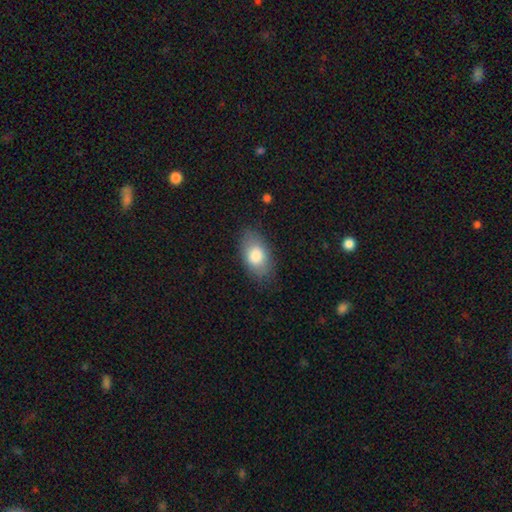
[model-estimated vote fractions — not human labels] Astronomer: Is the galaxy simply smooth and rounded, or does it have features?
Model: smooth — 81%.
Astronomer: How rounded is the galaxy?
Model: in between — 91%.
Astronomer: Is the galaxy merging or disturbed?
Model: none — 80%.